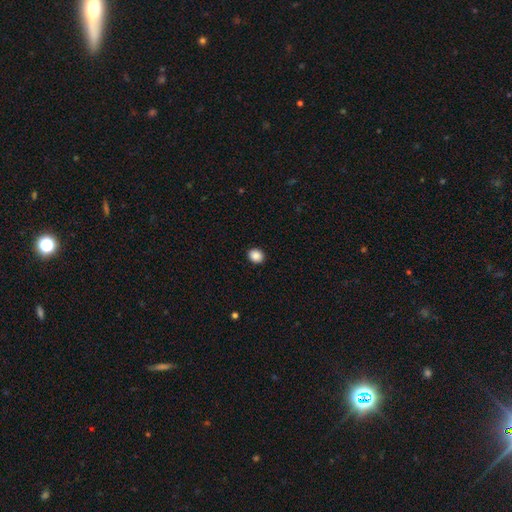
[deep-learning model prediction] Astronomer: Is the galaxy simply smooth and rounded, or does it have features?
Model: smooth — 88%.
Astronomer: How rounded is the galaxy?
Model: round — 66%.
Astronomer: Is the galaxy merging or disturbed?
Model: none — 92%.